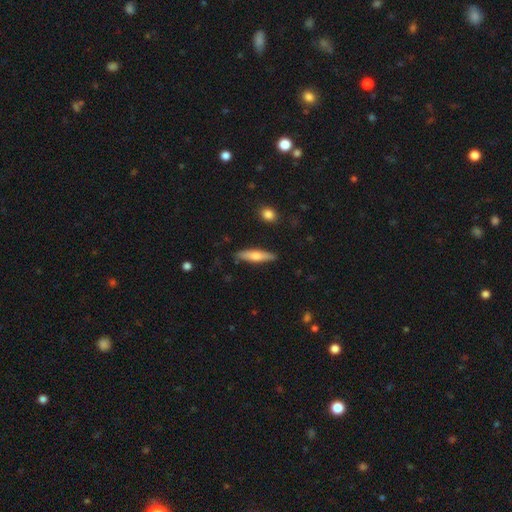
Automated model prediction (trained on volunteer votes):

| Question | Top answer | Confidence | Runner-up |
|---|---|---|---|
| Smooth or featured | smooth | 60% | featured or disk (34%) |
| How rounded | cigar-shaped | 75% | in between (23%) |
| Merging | none | 86% | minor disturbance (10%) |